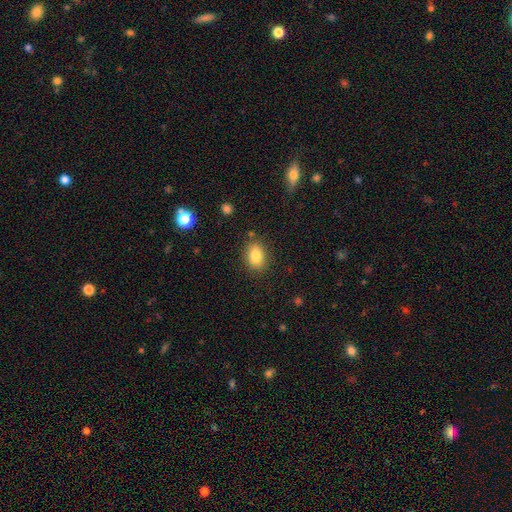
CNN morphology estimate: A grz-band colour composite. It shows a smooth galaxy with no disk features (83%) that is in between round and cigar-shaped (75%). Merging: none (83%).